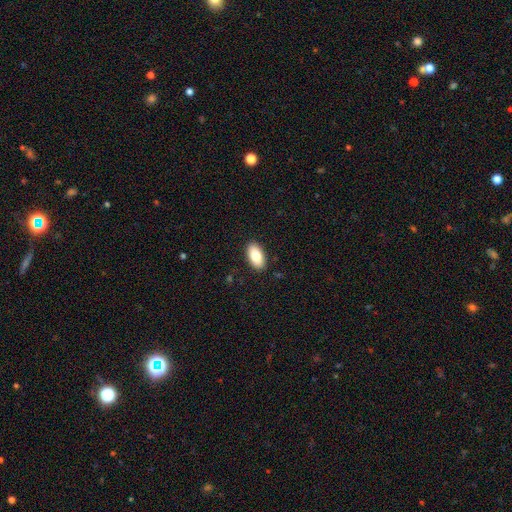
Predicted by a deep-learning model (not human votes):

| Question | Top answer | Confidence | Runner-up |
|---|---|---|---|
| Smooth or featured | smooth | 82% | featured or disk (11%) |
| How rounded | in between | 94% | cigar-shaped (3%) |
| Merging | none | 89% | minor disturbance (8%) |